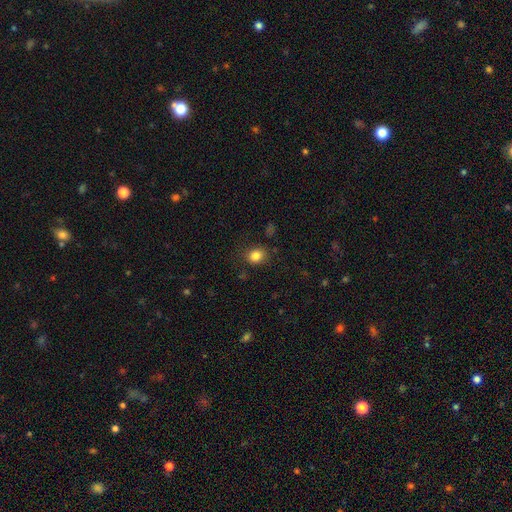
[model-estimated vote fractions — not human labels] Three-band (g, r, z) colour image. It shows a smooth galaxy with no disk features (83%) that is round (66%). Merging: none (83%).